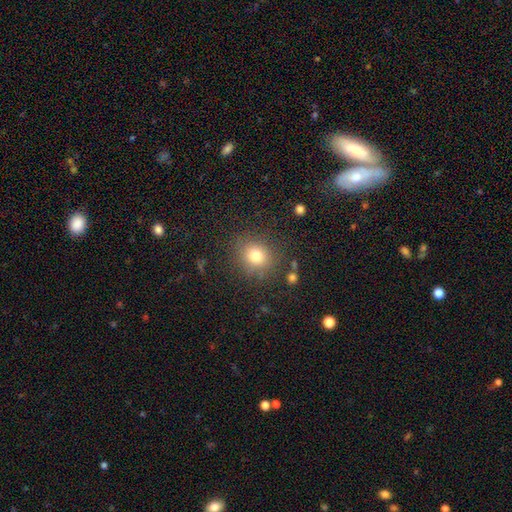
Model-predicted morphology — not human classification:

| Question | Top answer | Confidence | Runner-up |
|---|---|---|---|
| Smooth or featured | smooth | 78% | star or artifact (14%) |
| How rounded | round | 83% | in between (16%) |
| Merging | none | 84% | minor disturbance (10%) |